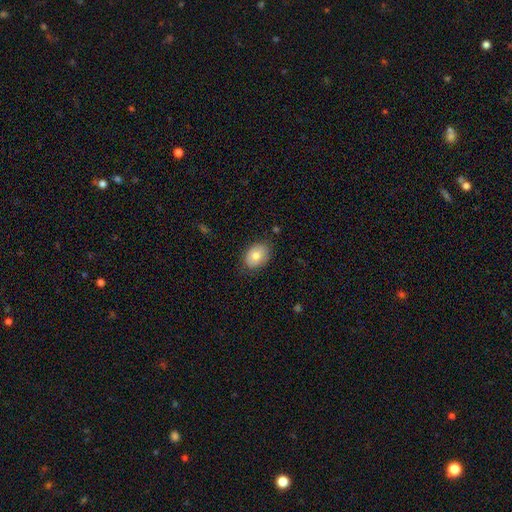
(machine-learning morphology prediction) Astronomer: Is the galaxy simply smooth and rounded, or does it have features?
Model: smooth — 78%.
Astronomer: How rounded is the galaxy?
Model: in between — 77%.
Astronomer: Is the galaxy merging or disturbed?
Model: none — 80%.